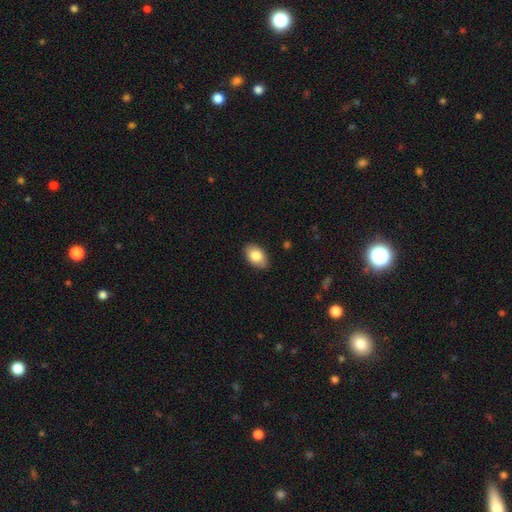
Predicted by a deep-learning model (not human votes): Smooth or featured? Predicted: smooth (p=0.84). How rounded? Predicted: in between (p=0.91). Merging? Predicted: none (p=0.86).